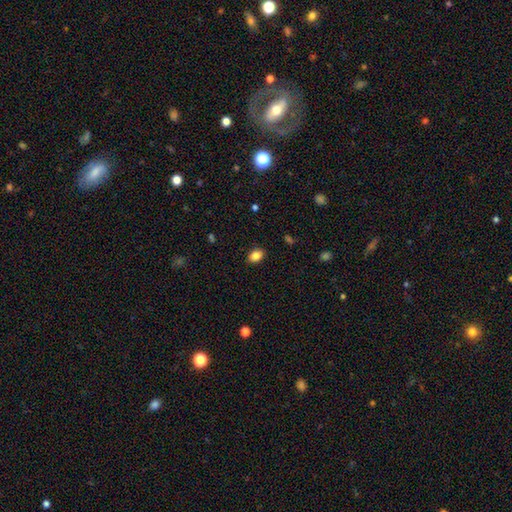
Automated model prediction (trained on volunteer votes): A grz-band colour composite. It shows a smooth galaxy with no disk features (85%) that is in between round and cigar-shaped (72%). Merging: none (88%).